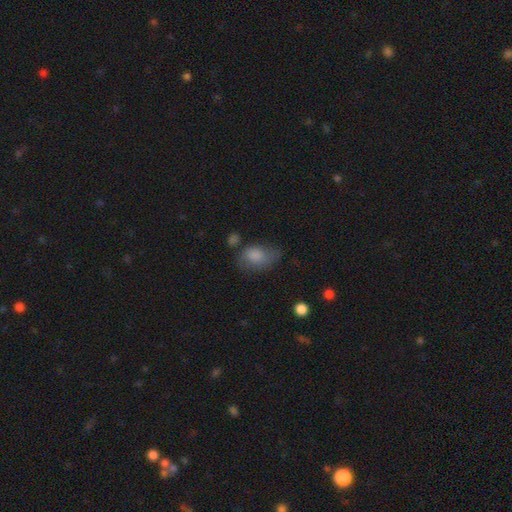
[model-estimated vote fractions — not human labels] Smooth or featured: smooth — 78% (featured or disk — 13%)
How rounded: in between — 84% (round — 14%)
Merging: none — 43% (minor disturbance — 32%)